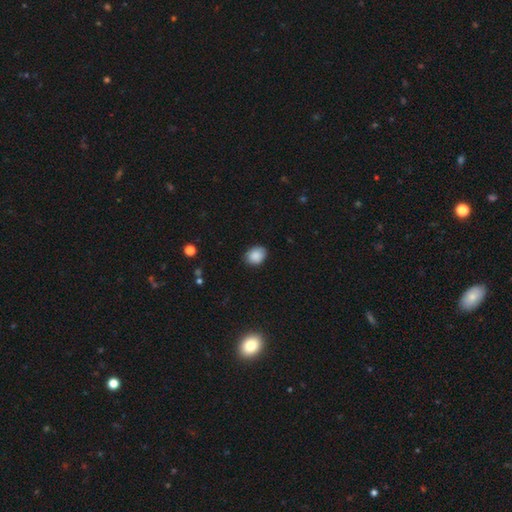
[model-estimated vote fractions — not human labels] Smooth or featured? smooth (88%)
How rounded? in between (57%)
Merging? none (81%)